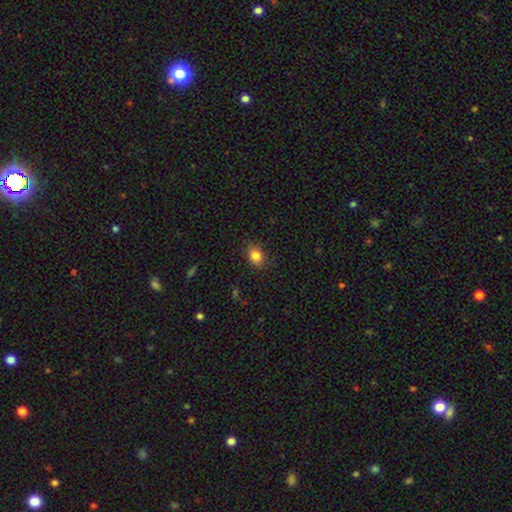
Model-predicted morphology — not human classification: The model was most divided on "how rounded": in between: 57%, round: 42%, cigar-shaped: 1%. More confident: smooth or featured — smooth (84%); merging — none (84%).